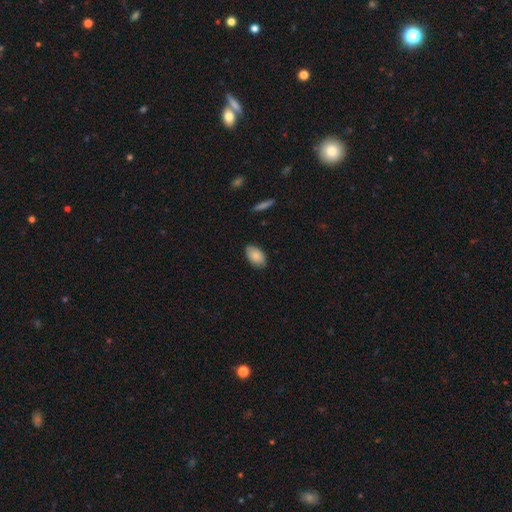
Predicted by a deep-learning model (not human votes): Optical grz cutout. It shows a smooth galaxy with no disk features (84%) that is in between round and cigar-shaped (94%). Merging: none (83%).